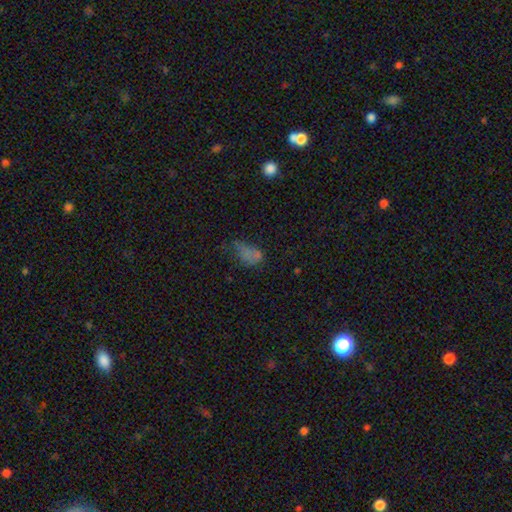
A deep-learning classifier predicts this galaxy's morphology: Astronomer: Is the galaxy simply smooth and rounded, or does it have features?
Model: smooth — 59%.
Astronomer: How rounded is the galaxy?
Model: in between — 80%.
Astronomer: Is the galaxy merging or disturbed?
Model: major disturbance — 33% (runner-up: none, 31%).